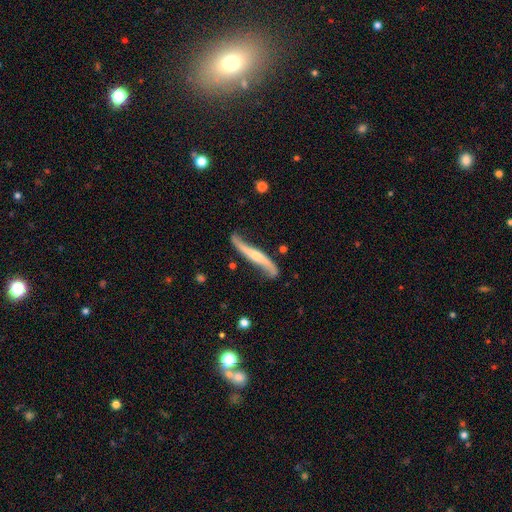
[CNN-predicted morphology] Smooth or featured? featured or disk (79%)
Edge-on disk? yes (52%)
Merging? none (66%)